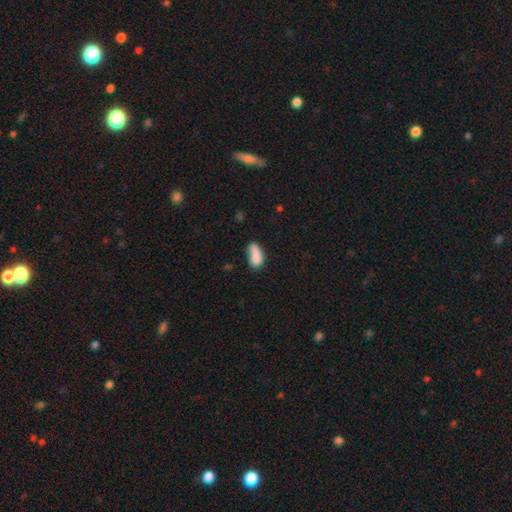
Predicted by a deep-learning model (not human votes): A smooth galaxy with no disk features (80%) that is in between round and cigar-shaped (87%).

Vote fractions:
- Smooth or featured? smooth: 80% / featured or disk: 11% / star or artifact: 9%
- How rounded? in between: 87% / cigar-shaped: 7% / round: 5%
- Merging? none: 45% / minor disturbance: 27% / merger: 17% / major disturbance: 12%